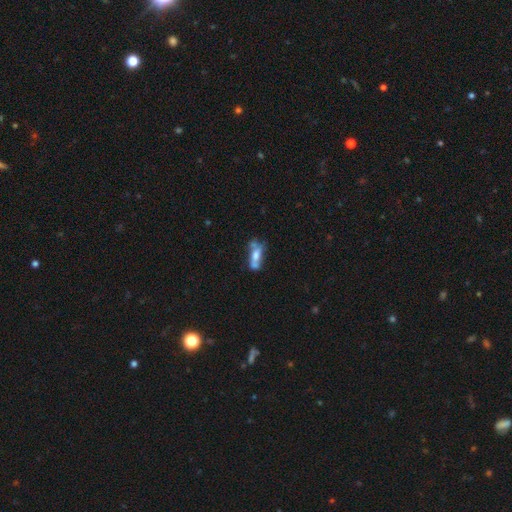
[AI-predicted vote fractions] smooth 48%, featured or disk 43%, star or artifact 9%. Down the decision tree: merging — none (39%).